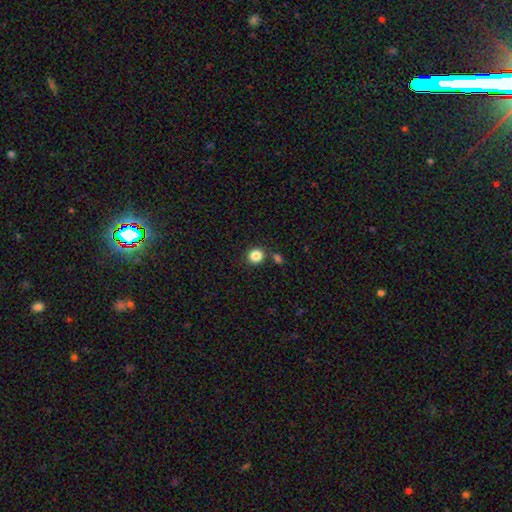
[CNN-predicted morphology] Smooth or featured: smooth — 85% (star or artifact — 11%)
How rounded: round — 85% (in between — 14%)
Merging: none — 81% (merger — 8%)